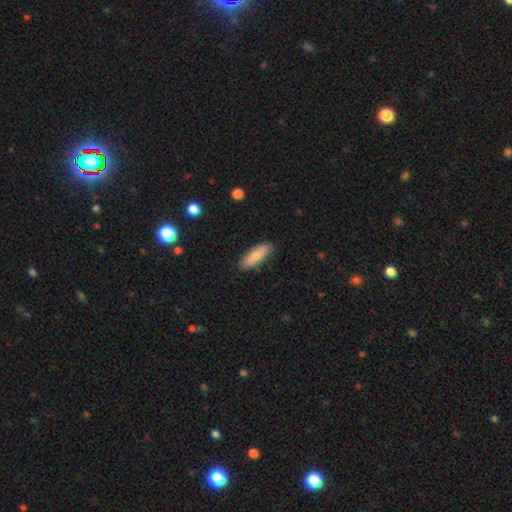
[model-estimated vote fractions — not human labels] Q: Smooth or featured?
A: smooth (78%); runner-up: featured or disk (16%)
Q: How rounded?
A: in between (56%); runner-up: cigar-shaped (42%)
Q: Merging?
A: none (87%); runner-up: minor disturbance (10%)